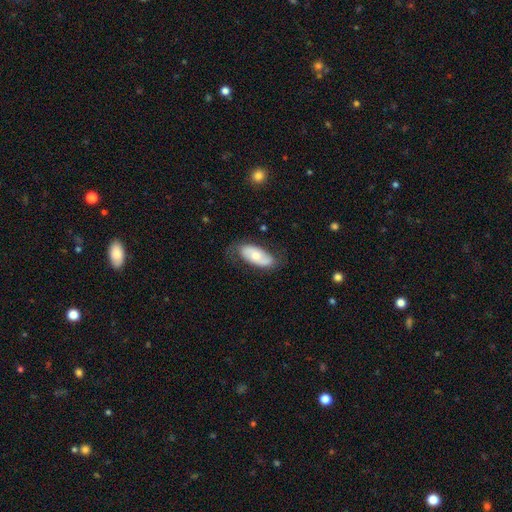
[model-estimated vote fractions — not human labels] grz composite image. It shows a smooth galaxy with no disk features (51%) that is in between round and cigar-shaped (89%). Merging: none (70%).